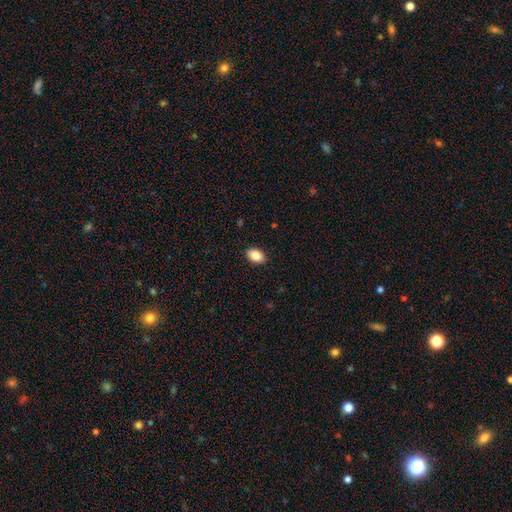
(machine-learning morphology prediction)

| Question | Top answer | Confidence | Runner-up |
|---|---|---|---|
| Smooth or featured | smooth | 86% | star or artifact (8%) |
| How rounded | in between | 87% | round (11%) |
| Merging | none | 89% | minor disturbance (8%) |